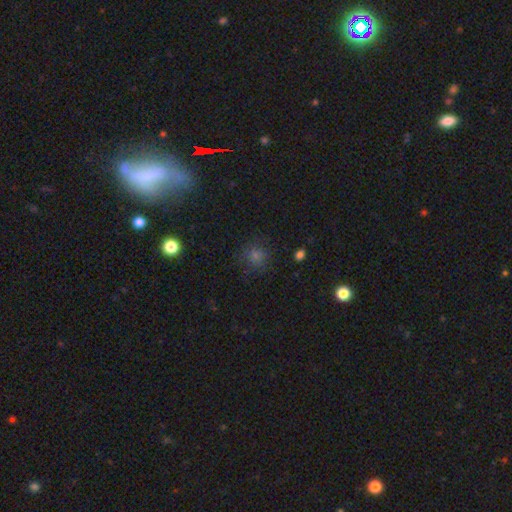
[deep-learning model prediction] Q: Smooth or featured?
A: smooth (63%); runner-up: star or artifact (27%)
Q: How rounded?
A: round (89%); runner-up: in between (10%)
Q: Merging?
A: none (82%); runner-up: minor disturbance (11%)